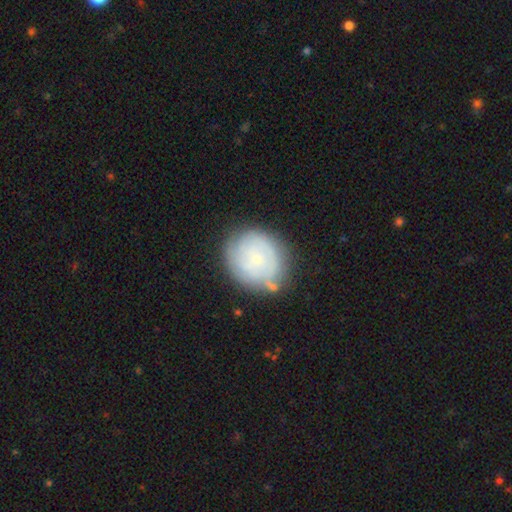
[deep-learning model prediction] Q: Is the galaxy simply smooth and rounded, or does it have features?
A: featured or disk — 49%.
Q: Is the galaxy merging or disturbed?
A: none — 72%.